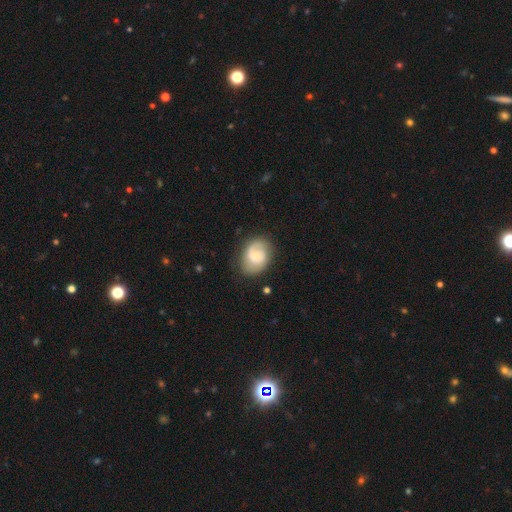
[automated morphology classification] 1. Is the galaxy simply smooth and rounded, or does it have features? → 61% featured or disk, 33% smooth, 7% star or artifact.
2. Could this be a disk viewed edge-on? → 97% no, 3% yes.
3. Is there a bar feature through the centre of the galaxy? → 61% no, 33% weak, 6% strong.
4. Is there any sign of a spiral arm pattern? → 85% yes, 15% no.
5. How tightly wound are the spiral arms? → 42% medium, 37% tight, 20% loose.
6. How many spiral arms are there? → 69% 2, 14% can't tell, 12% 1, 2% 3, 1% 4, 1% more than 4.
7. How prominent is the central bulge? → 50% small, 44% moderate, 3% large, 2% none, 1% dominant.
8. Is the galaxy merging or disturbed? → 76% none, 17% minor disturbance, 6% major disturbance, 1% merger.